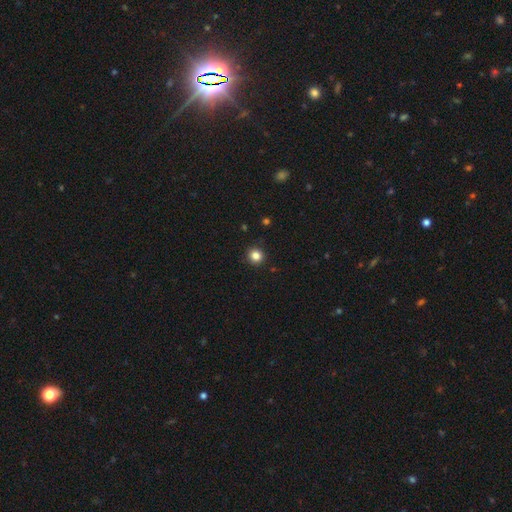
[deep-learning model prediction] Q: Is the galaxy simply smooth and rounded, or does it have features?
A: smooth — 84%.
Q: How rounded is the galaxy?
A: round — 93%.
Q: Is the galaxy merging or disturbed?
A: none — 92%.